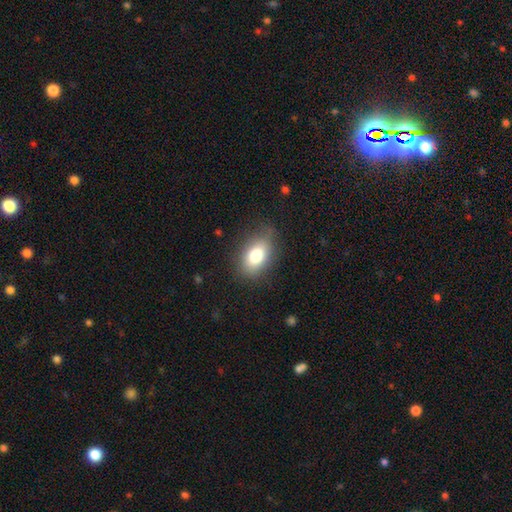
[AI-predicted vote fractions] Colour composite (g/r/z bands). It shows a smooth galaxy with no disk features (78%) that is in between round and cigar-shaped (85%). Merging: none (76%).